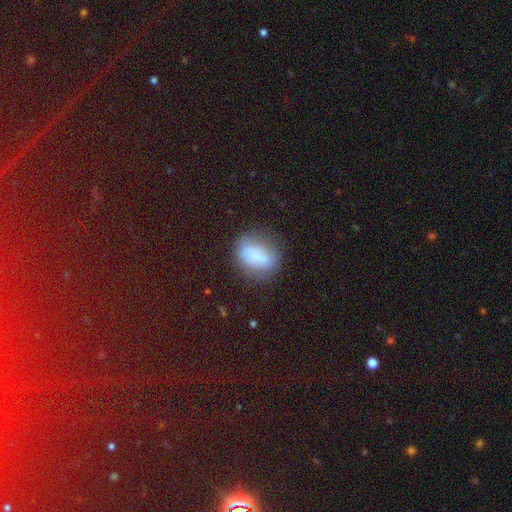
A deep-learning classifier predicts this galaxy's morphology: smooth 71%, featured or disk 19%, star or artifact 9%. Down the decision tree: how rounded — in between (70%); merging — none (63%).